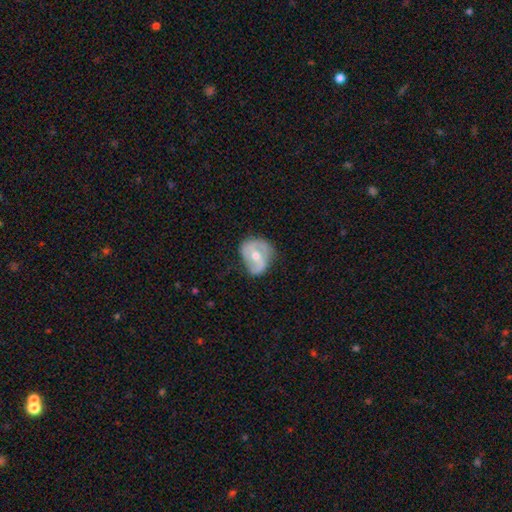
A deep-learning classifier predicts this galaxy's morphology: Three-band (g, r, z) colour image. It shows a featured or disk galaxy (63%) with no bar (47%), spiral arms (69%) and a moderate central bulge (69%). Merging: none (55%).